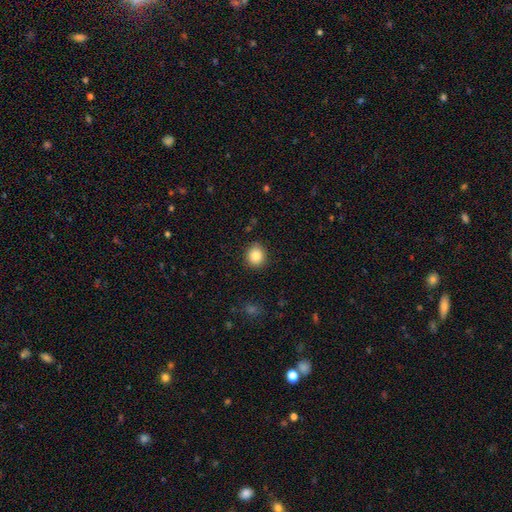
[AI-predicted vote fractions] A smooth galaxy with no disk features (86%) that is round (81%). Merging: none (89%).